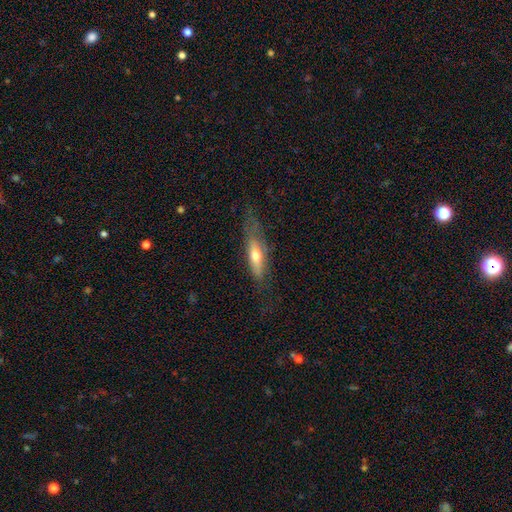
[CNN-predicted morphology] smooth-or-featured: smooth: 50% | featured or disk: 43% | star or artifact: 7%
  how-rounded: cigar-shaped: 63% | in between: 34% | round: 3%
  merging: none: 60% | minor disturbance: 25% | major disturbance: 13% | merger: 2%